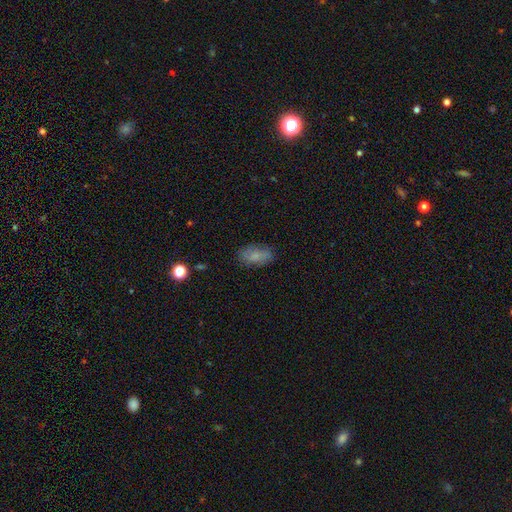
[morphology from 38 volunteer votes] smooth 82%, featured or disk 13%, star or artifact 5%. Down the decision tree: how rounded — in between (100%); merging — none (86%).